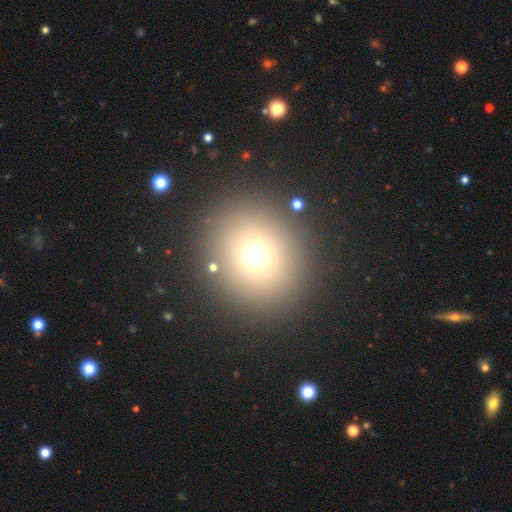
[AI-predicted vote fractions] A smooth galaxy with no disk features (69%) that is round (85%).

Vote fractions:
- Smooth or featured? smooth: 69% / star or artifact: 21% / featured or disk: 10%
- How rounded? round: 85% / in between: 14% / cigar-shaped: 1%
- Merging? none: 89% / minor disturbance: 6% / major disturbance: 3% / merger: 2%